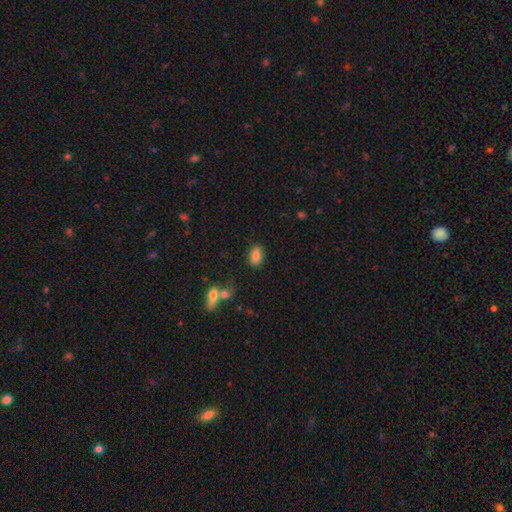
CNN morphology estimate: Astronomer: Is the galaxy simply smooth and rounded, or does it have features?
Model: smooth — 84%.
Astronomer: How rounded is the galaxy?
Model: in between — 81%.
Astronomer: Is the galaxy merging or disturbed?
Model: none — 83%.